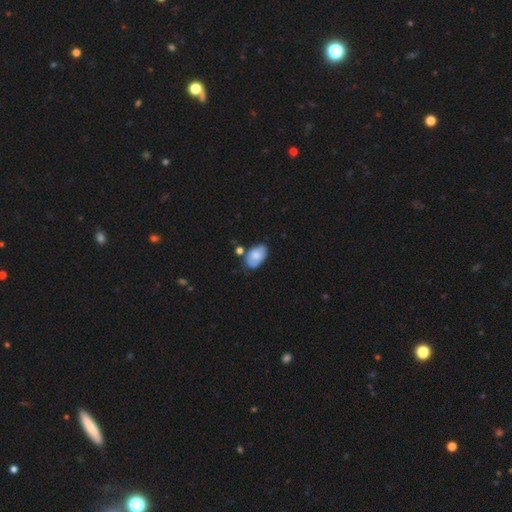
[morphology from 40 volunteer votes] A smooth galaxy with no disk features (65%) that is in between round and cigar-shaped (96%). Merging: none (57%).